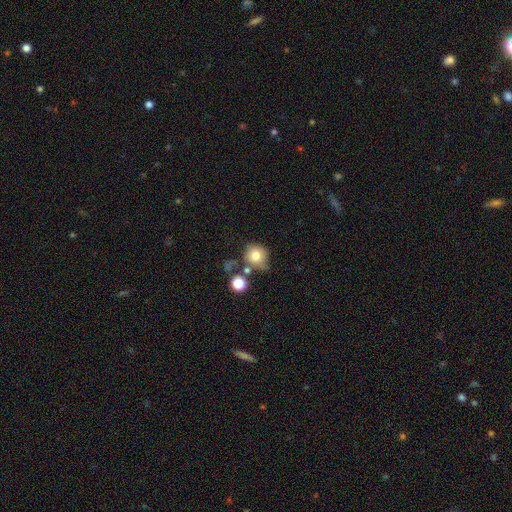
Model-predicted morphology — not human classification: type=smooth (77%); roundness=round (85%); merging=none (57%).